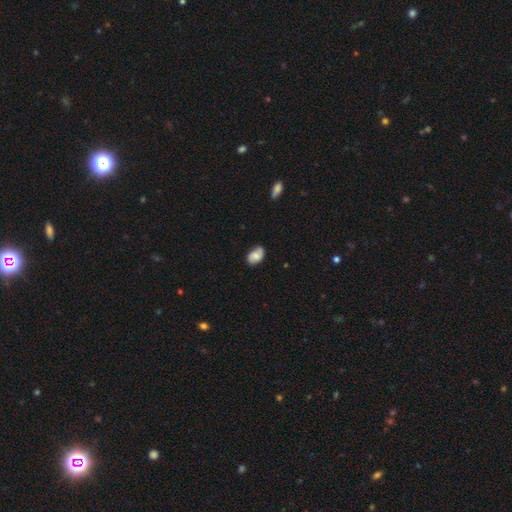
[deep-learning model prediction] smooth-or-featured: smooth: 61% | featured or disk: 31% | star or artifact: 8%
  how-rounded: in between: 86% | round: 13% | cigar-shaped: 1%
  merging: none: 65% | minor disturbance: 28% | major disturbance: 6% | merger: 2%